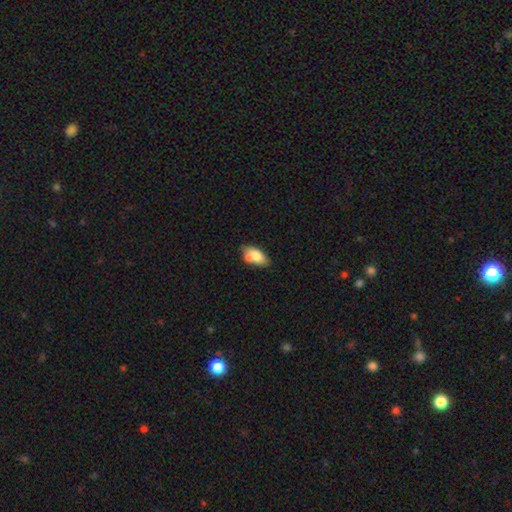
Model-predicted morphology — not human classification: The model was most divided on "merging": none: 52%, merger: 25%, minor disturbance: 18%, major disturbance: 5%. More confident: how rounded — in between (89%); smooth or featured — smooth (73%).